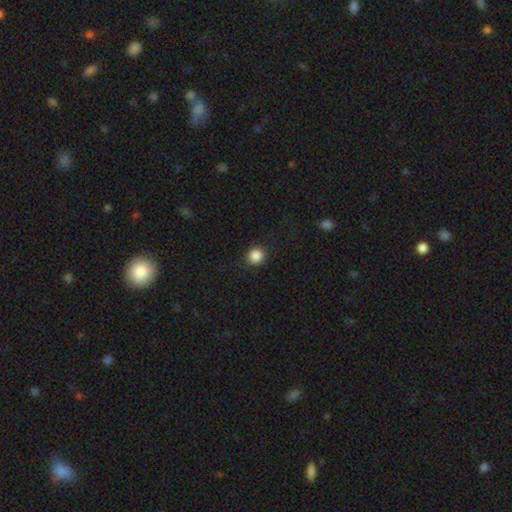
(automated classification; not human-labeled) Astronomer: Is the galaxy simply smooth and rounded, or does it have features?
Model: smooth — 87%.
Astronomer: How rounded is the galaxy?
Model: round — 89%.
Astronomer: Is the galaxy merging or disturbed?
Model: none — 90%.